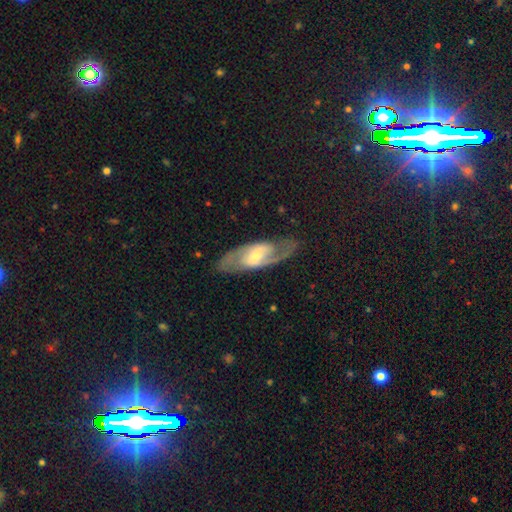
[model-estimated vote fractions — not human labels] Morphology: type=featured or disk (80%); edge-on=no (90%); bar=weak (47%); spiral arms=yes (89%); winding=medium (53%); arm count=2 (85%); bulge=moderate (45%); merging=none (80%).